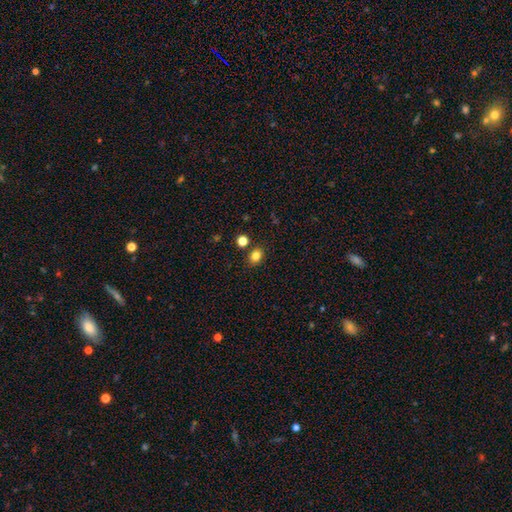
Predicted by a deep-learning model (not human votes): Smooth or featured?
  - smooth: 82% *
  - star or artifact: 13%
  - featured or disk: 5%
How rounded?
  - round: 54% *
  - in between: 45%
  - cigar-shaped: 1%
Merging?
  - none: 83% *
  - minor disturbance: 9%
  - merger: 6%
  - major disturbance: 2%